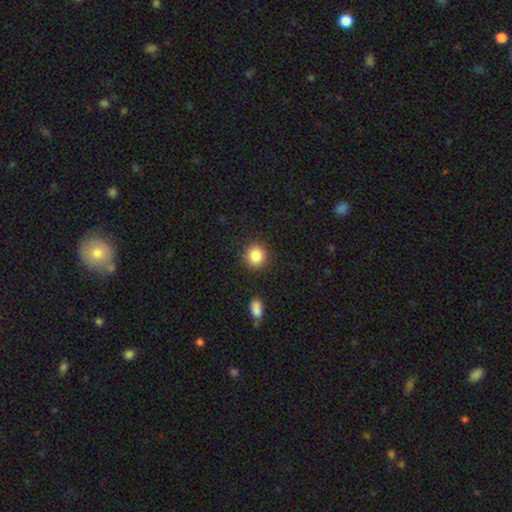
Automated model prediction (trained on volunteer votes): This is clearly a smooth galaxy (86%). How rounded: clearly round (87%). Merging: clearly none (88%).